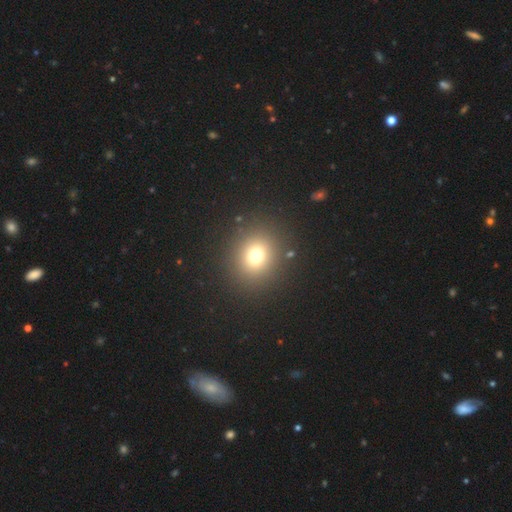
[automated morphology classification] Q: Smooth or featured?
A: smooth (71%); runner-up: star or artifact (20%)
Q: How rounded?
A: round (82%); runner-up: in between (17%)
Q: Merging?
A: none (88%); runner-up: minor disturbance (6%)